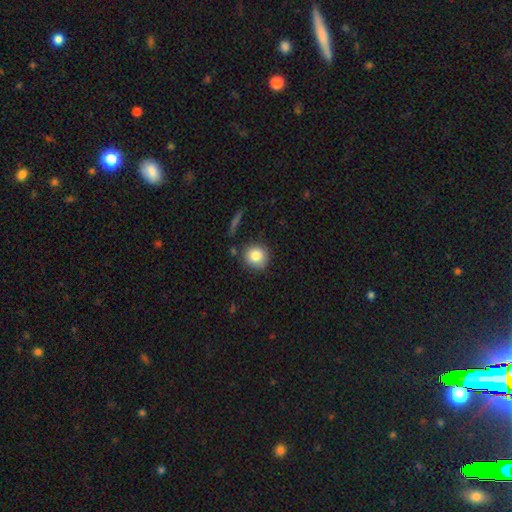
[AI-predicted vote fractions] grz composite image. It shows a smooth galaxy with no disk features (83%) that is round (91%). Merging: none (82%).